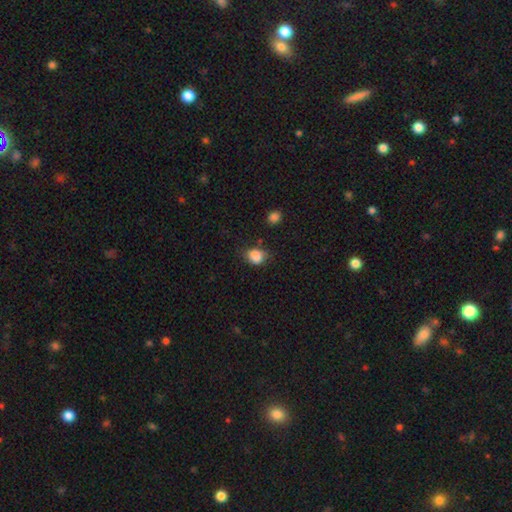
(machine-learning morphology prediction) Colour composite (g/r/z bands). It shows a smooth galaxy with no disk features (84%) that is in between round and cigar-shaped (52%). Merging: none (62%).